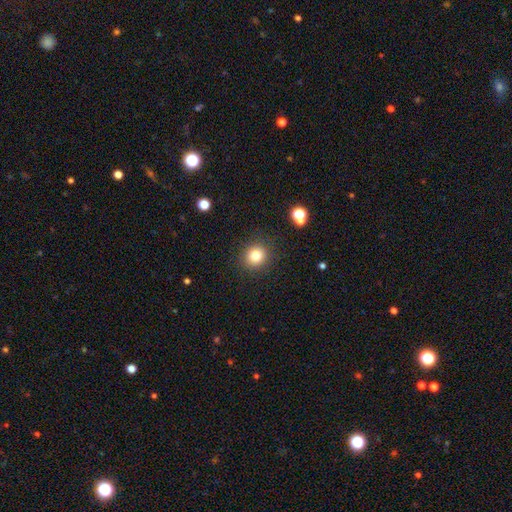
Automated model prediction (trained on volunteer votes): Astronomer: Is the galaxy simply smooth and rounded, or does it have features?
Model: smooth — 79%.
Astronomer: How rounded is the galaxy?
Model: round — 86%.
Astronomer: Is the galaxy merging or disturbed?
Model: none — 88%.